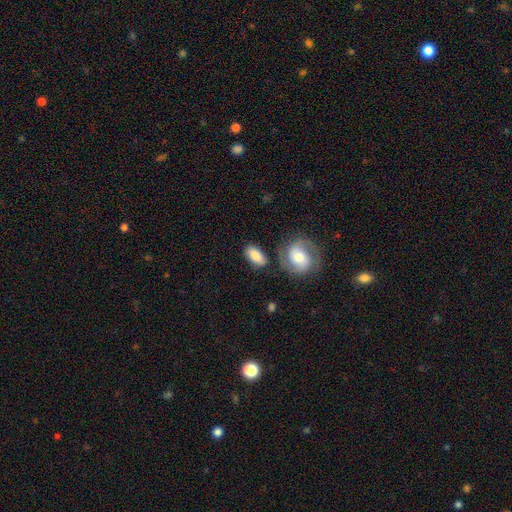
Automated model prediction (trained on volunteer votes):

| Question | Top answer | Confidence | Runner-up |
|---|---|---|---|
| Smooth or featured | smooth | 78% | featured or disk (16%) |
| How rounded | in between | 88% | round (6%) |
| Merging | none | 68% | minor disturbance (16%) |